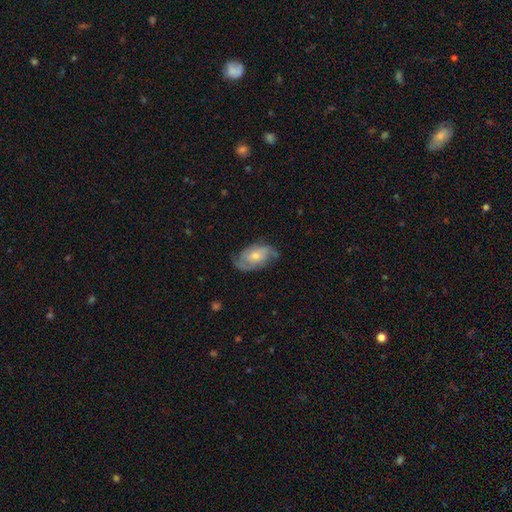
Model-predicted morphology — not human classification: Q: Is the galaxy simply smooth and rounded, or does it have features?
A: featured or disk — 65%.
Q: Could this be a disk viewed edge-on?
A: no — 95%.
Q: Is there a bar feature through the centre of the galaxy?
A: no — 68%.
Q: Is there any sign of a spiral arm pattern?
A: yes — 86%.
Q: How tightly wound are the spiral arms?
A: medium — 43%.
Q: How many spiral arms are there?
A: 2 — 71%.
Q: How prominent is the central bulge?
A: small — 49%.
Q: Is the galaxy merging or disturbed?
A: none — 63%.